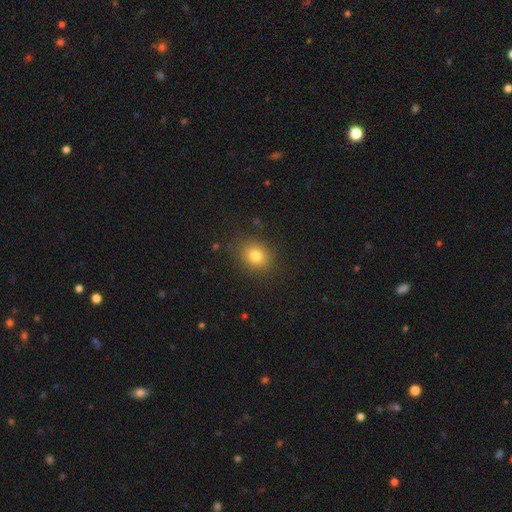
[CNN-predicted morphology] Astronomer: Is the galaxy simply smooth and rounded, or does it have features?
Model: smooth — 79%.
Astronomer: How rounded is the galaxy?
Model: round — 61% (runner-up: in between, 38%).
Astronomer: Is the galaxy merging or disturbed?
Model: none — 86%.